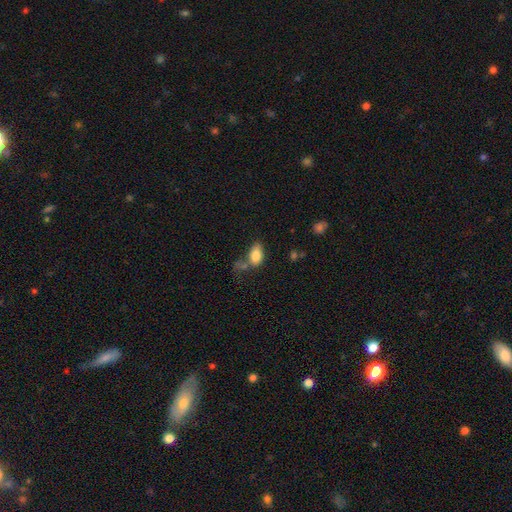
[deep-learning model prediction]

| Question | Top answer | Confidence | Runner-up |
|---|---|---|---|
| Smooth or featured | smooth | 81% | featured or disk (11%) |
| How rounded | in between | 89% | round (9%) |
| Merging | none | 41% | minor disturbance (23%) |